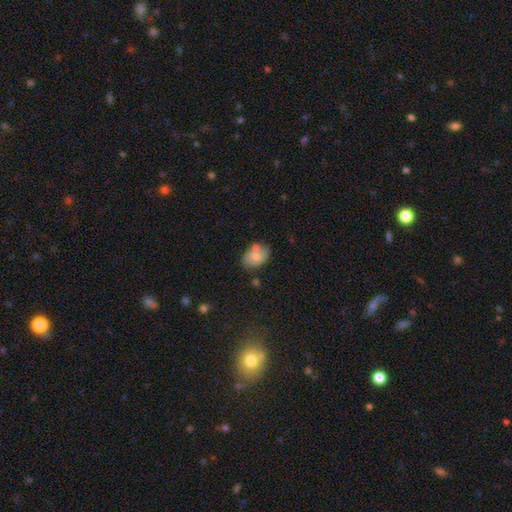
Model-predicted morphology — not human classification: Q: Smooth or featured?
A: smooth (69%); runner-up: featured or disk (23%)
Q: How rounded?
A: in between (81%); runner-up: round (18%)
Q: Merging?
A: none (60%); runner-up: minor disturbance (20%)